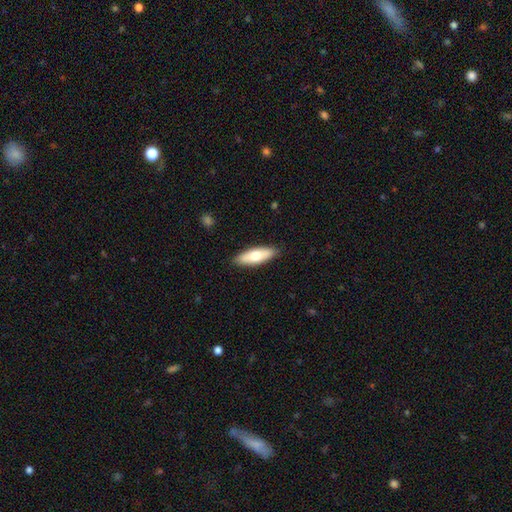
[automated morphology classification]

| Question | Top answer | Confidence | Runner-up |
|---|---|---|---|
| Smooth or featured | smooth | 68% | featured or disk (26%) |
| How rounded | in between | 57% | cigar-shaped (41%) |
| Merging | none | 88% | minor disturbance (9%) |